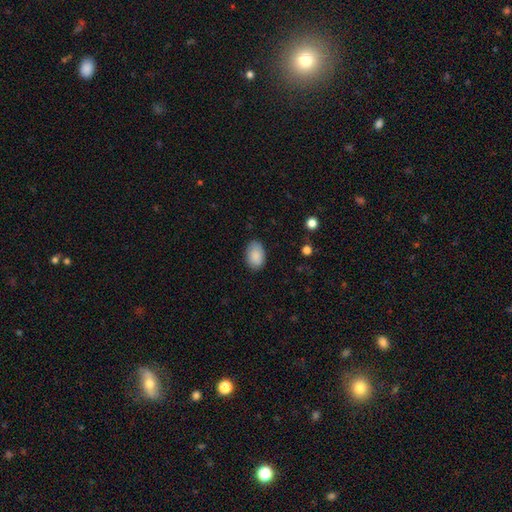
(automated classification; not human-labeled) Q: Smooth or featured?
A: smooth (89%); runner-up: star or artifact (6%)
Q: How rounded?
A: in between (88%); runner-up: round (11%)
Q: Merging?
A: none (84%); runner-up: minor disturbance (13%)